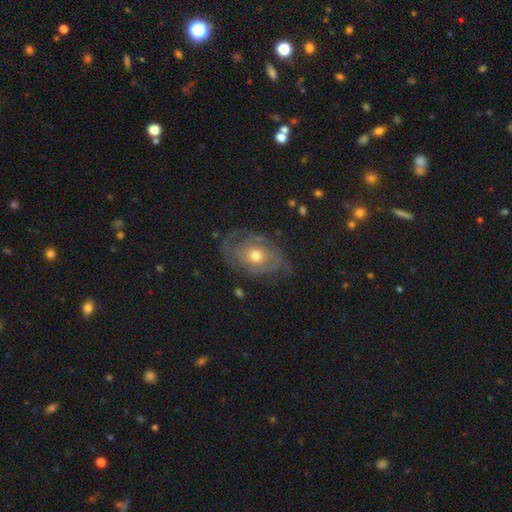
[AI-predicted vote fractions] smooth_or_featured: featured or disk (p=0.78) [alt: smooth p=0.16]
disk_edge_on: no (p=0.96) [alt: yes p=0.04]
bar: no (p=0.80) [alt: weak p=0.16]
has_spiral_arms: yes (p=0.87) [alt: no p=0.13]
spiral_winding: tight (p=0.48) [alt: medium p=0.36]
spiral_arm_count: 2 (p=0.46) [alt: can't tell p=0.26]
bulge_size: moderate (p=0.67) [alt: small p=0.27]
merging: none (p=0.64) [alt: minor disturbance p=0.21]